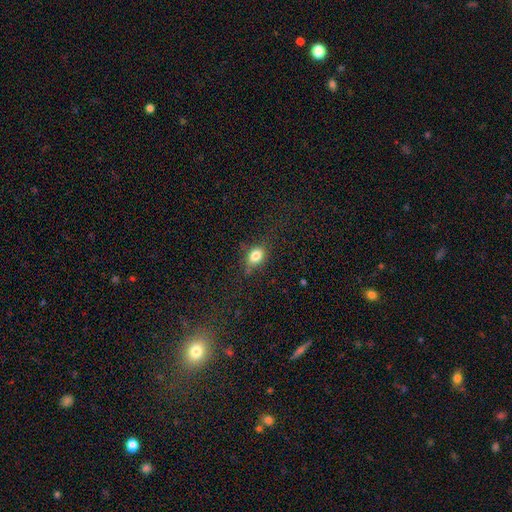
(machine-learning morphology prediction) The model was most divided on "how rounded": in between: 67%, round: 30%, cigar-shaped: 3%. More confident: smooth or featured — smooth (80%); merging — none (70%).